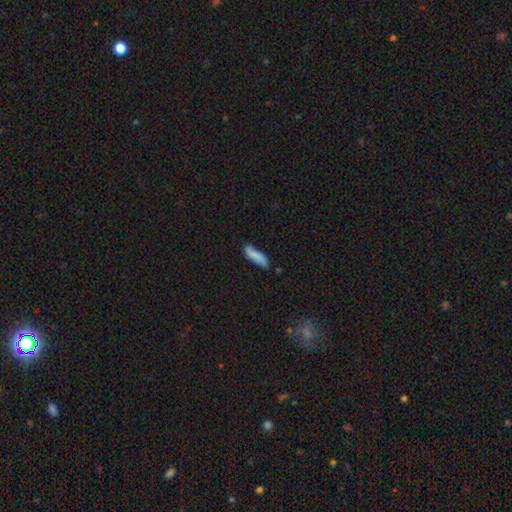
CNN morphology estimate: smooth-or-featured: smooth: 83% | featured or disk: 11% | star or artifact: 6%
  how-rounded: cigar-shaped: 62% | in between: 37% | round: 2%
  merging: none: 70% | minor disturbance: 23% | major disturbance: 4% | merger: 3%